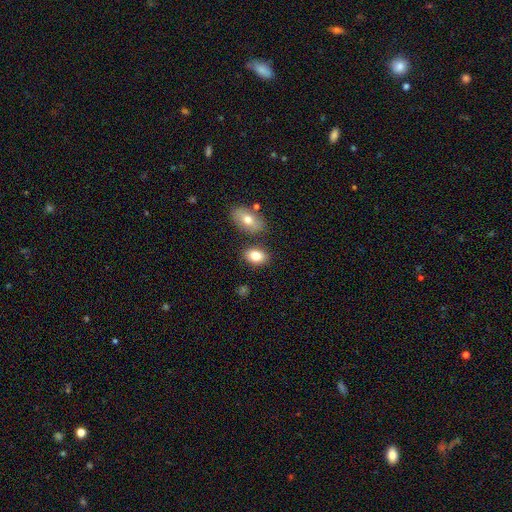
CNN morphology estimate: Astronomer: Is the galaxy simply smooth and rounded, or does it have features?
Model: smooth — 80%.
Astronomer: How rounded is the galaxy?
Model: in between — 82%.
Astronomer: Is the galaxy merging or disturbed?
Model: none — 77%.